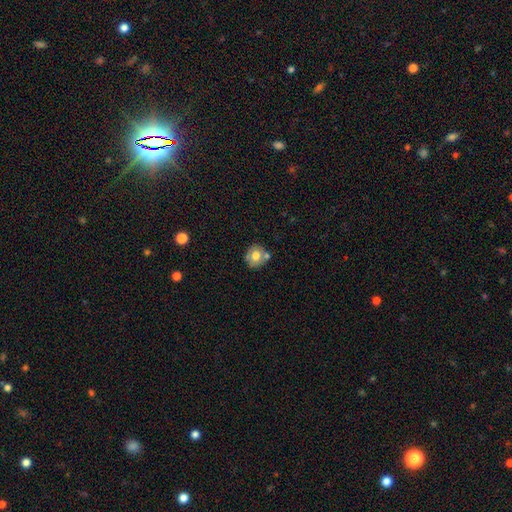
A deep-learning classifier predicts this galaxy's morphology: smooth 68%, featured or disk 23%, star or artifact 9%. Down the decision tree: how rounded — round (83%); merging — none (66%).